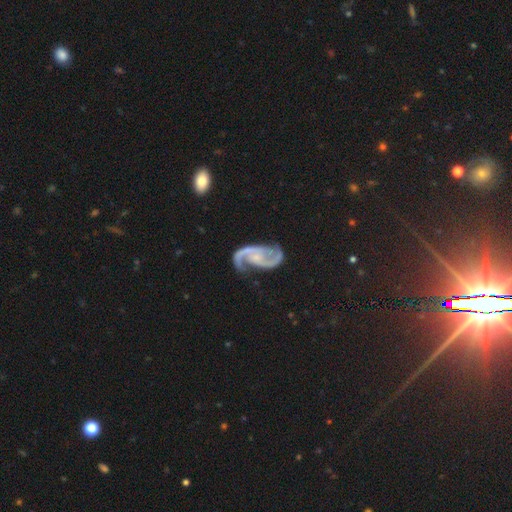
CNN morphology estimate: Smooth or featured? Predicted: featured or disk (p=0.92). Edge-on disk? Predicted: no (p=0.98). Bar? Predicted: no (p=0.56). Spiral arms? Predicted: yes (p=0.98). Spiral winding? Predicted: medium (p=0.54). Spiral arm count? Predicted: 2 (p=0.91). Bulge size? Predicted: small (p=0.64). Merging? Predicted: none (p=0.64).